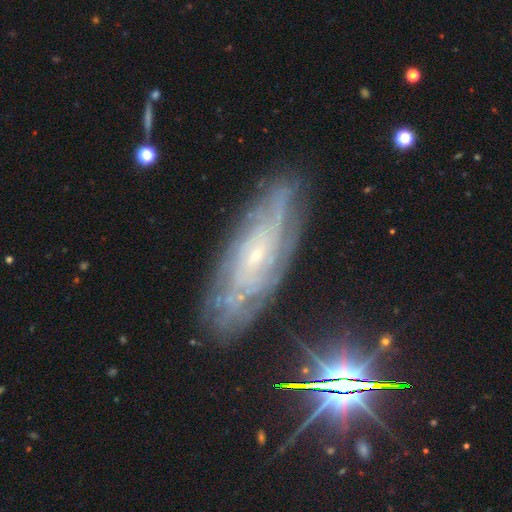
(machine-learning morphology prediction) Overall: featured or disk (78%). Edge-on disk: no (83%). Bar: no (70%). Spiral arms: yes (93%). Spiral arm count: can't tell (52%; 4 12%). Spiral winding: tight (70%). Bulge size: small (83%). Merging: none (78%).